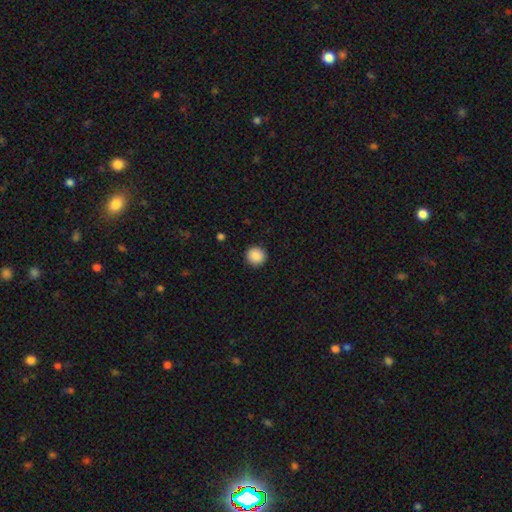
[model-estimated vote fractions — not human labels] Overall: smooth (89%). How rounded: round (95%). Merging: none (92%).